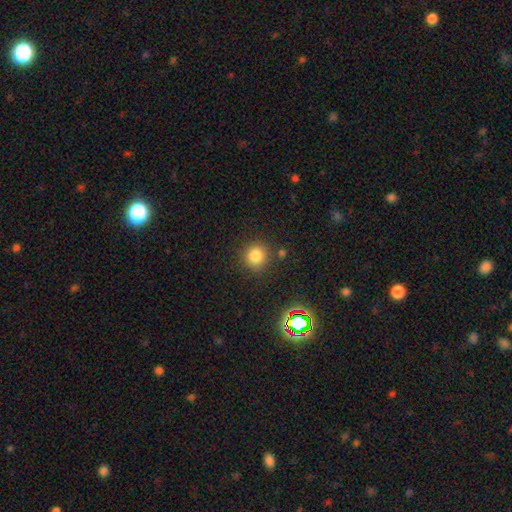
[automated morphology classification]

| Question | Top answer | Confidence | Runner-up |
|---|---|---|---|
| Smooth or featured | smooth | 80% | star or artifact (14%) |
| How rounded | round | 90% | in between (9%) |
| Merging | none | 83% | minor disturbance (9%) |